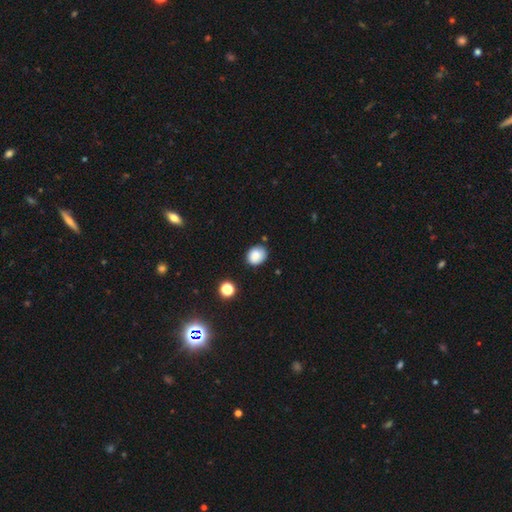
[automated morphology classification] Smooth or featured? Predicted: smooth (p=0.86). How rounded? Predicted: round (p=0.58). Merging? Predicted: none (p=0.77).